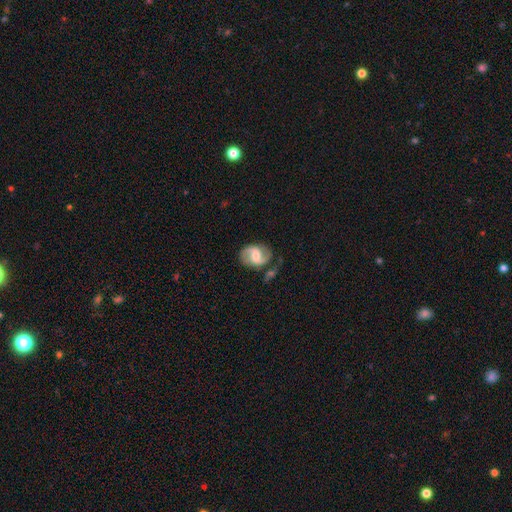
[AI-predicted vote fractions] Overall: featured or disk (79%). Edge-on disk: no (98%). Bar: weak (49%; no 30%). Spiral arms: yes (95%). Spiral arm count: 2 (91%). Spiral winding: medium (52%; loose 30%). Bulge size: moderate (50%; small 29%). Merging: none (68%).